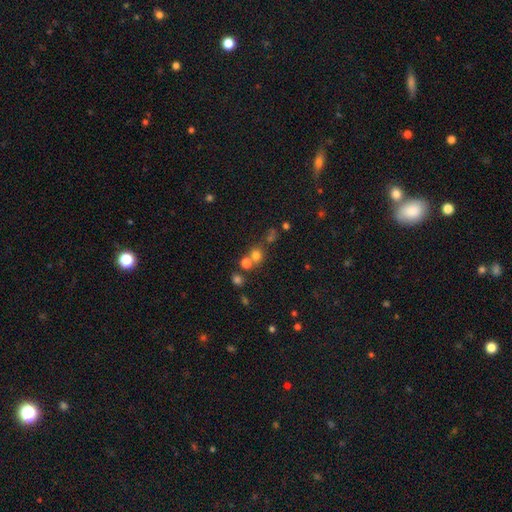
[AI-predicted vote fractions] smooth 69%, star or artifact 22%, featured or disk 9%. Down the decision tree: how rounded — round (82%); merging — none (57%).